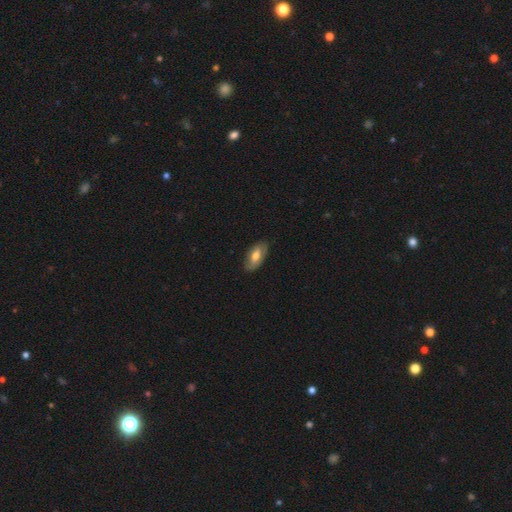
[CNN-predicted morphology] Smooth or featured?
  - smooth: 61% *
  - featured or disk: 33%
  - star or artifact: 6%
How rounded?
  - in between: 90% *
  - cigar-shaped: 7%
  - round: 3%
Merging?
  - none: 82% *
  - minor disturbance: 14%
  - major disturbance: 3%
  - merger: 1%